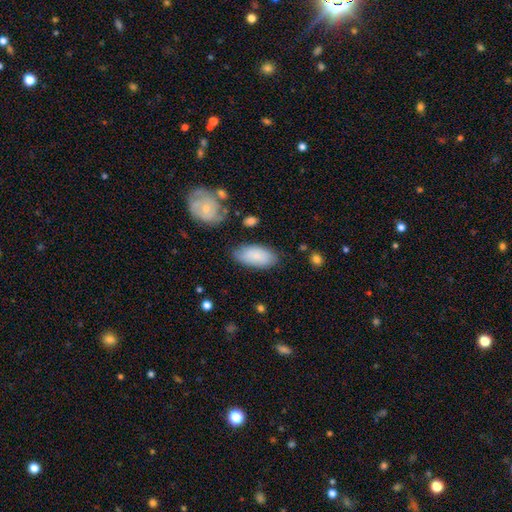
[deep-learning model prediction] A smooth galaxy with no disk features (82%) that is in between round and cigar-shaped (93%).

Vote fractions:
- Smooth or featured? smooth: 82% / featured or disk: 12% / star or artifact: 6%
- How rounded? in between: 93% / cigar-shaped: 5% / round: 2%
- Merging? none: 76% / minor disturbance: 17% / major disturbance: 4% / merger: 3%